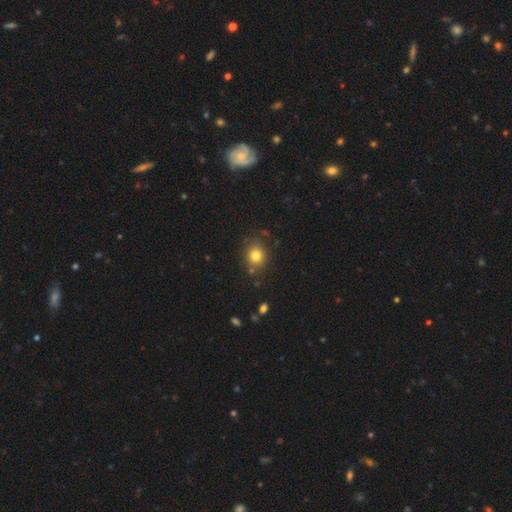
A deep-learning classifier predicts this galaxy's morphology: A smooth galaxy with no disk features (80%) that is round (77%).

Vote fractions:
- Smooth or featured? smooth: 80% / star or artifact: 12% / featured or disk: 8%
- How rounded? round: 77% / in between: 23% / cigar-shaped: 1%
- Merging? none: 79% / minor disturbance: 12% / merger: 5% / major disturbance: 3%